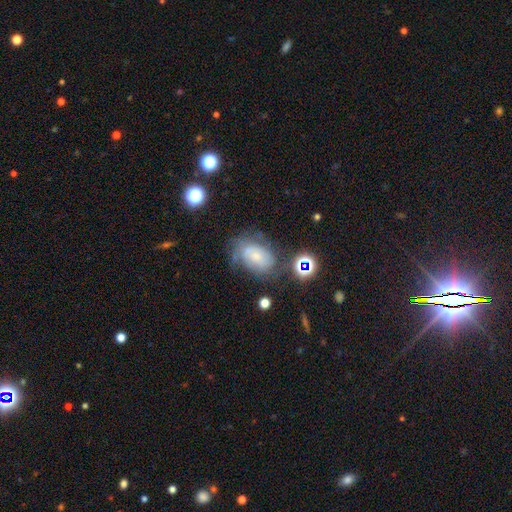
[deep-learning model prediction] Smooth or featured?
  - smooth: 45% *
  - featured or disk: 39%
  - star or artifact: 16%
Merging?
  - none: 52% *
  - minor disturbance: 25%
  - major disturbance: 16%
  - merger: 7%